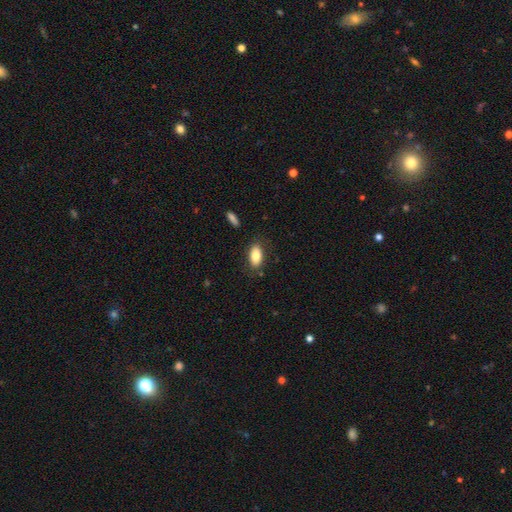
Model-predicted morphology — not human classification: Overall: smooth (82%). How rounded: in between (91%). Merging: none (82%).